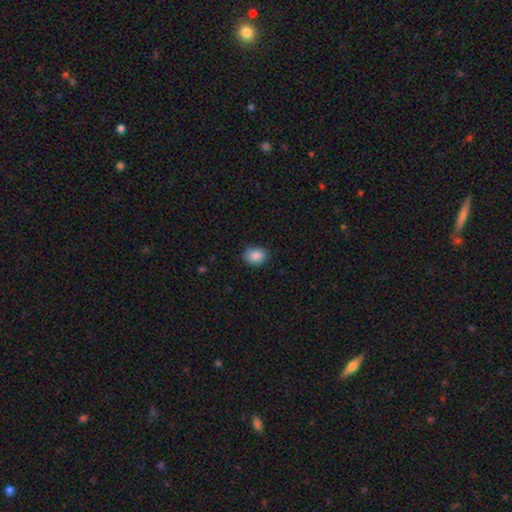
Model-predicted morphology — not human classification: This is clearly a smooth galaxy (88%). How rounded: possibly in between (56%). Merging: likely none (77%).